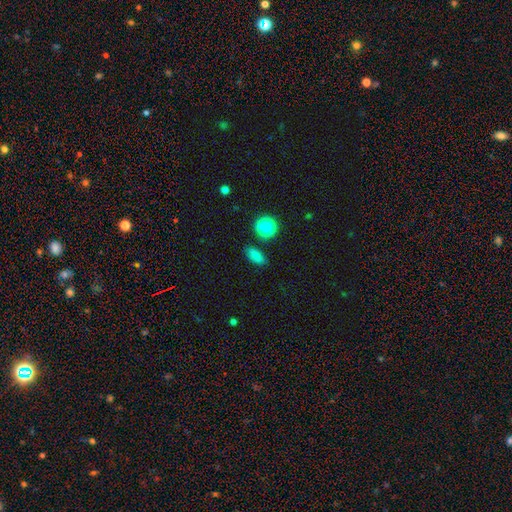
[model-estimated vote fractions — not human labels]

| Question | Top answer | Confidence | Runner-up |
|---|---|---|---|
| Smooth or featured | smooth | 80% | star or artifact (15%) |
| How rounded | in between | 75% | round (15%) |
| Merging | none | 83% | minor disturbance (11%) |